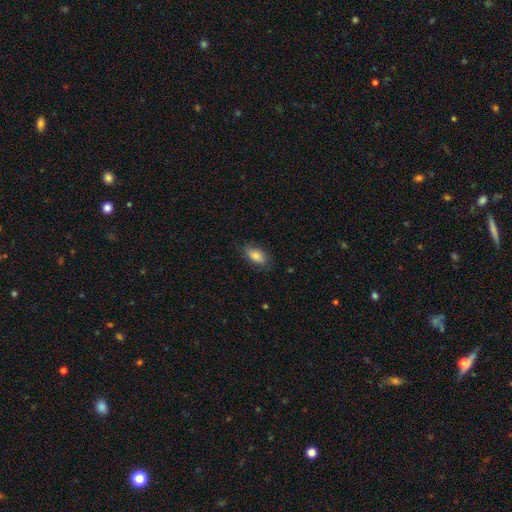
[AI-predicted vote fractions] Smooth or featured? smooth (84%)
How rounded? in between (91%)
Merging? none (80%)